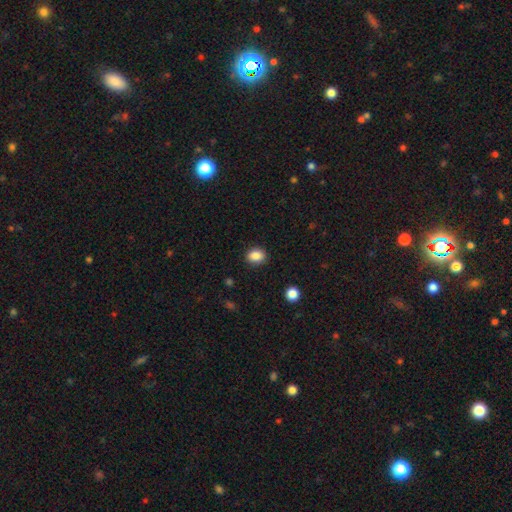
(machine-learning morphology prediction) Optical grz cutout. It shows a smooth galaxy with no disk features (87%) that is in between round and cigar-shaped (50%). Merging: none (89%).